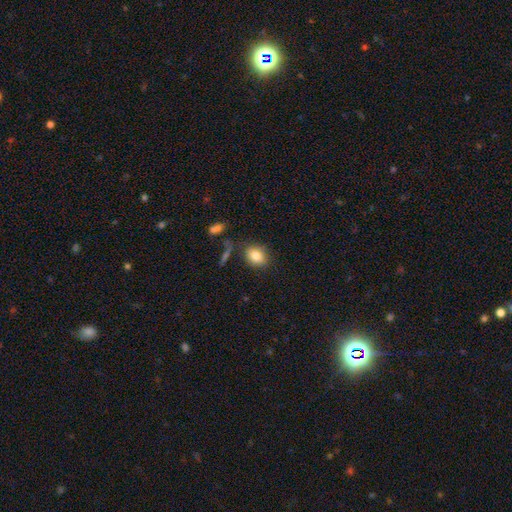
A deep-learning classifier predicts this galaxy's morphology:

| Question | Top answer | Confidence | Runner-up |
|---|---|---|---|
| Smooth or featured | smooth | 84% | star or artifact (9%) |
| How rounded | in between | 53% | round (45%) |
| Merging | none | 79% | minor disturbance (12%) |